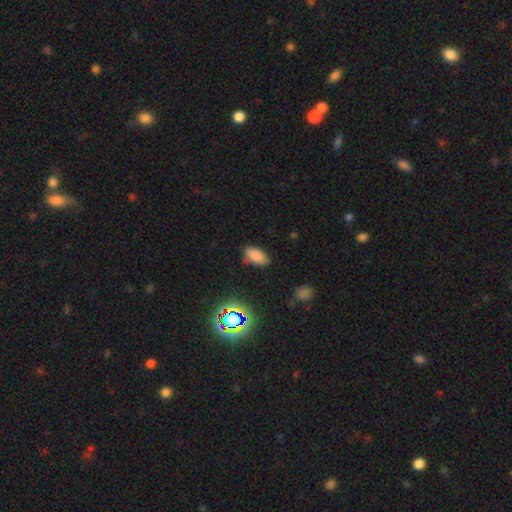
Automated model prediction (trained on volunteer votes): Overall: smooth (79%). How rounded: in between (92%). Merging: none (80%).